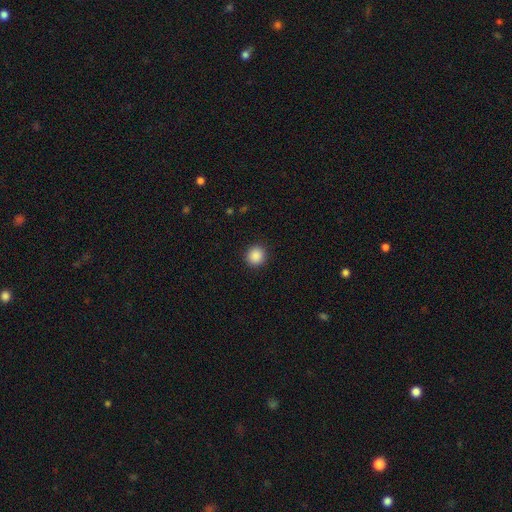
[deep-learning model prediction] Smooth or featured: smooth — 88% (star or artifact — 9%)
How rounded: round — 93% (in between — 6%)
Merging: none — 92% (minor disturbance — 5%)